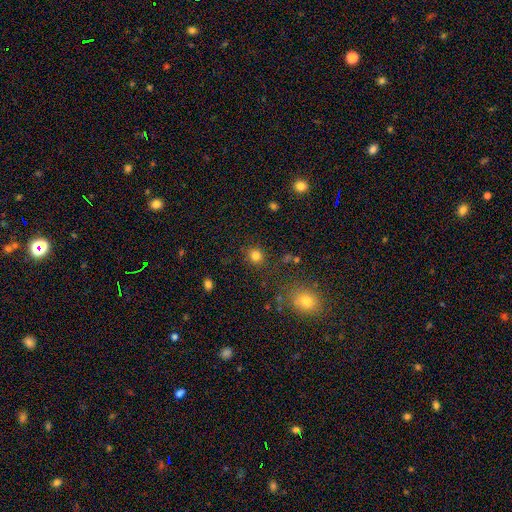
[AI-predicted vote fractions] smooth 81%, star or artifact 14%, featured or disk 5%. Down the decision tree: how rounded — round (87%); merging — none (86%).